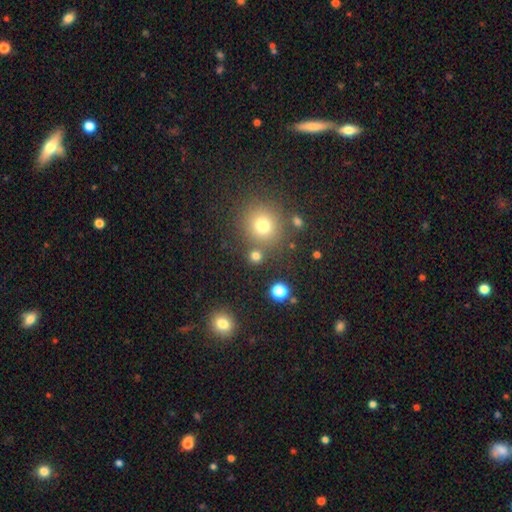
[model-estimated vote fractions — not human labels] Smooth or featured?
  - smooth: 74% *
  - star or artifact: 19%
  - featured or disk: 7%
How rounded?
  - round: 89% *
  - in between: 10%
  - cigar-shaped: 1%
Merging?
  - none: 77% *
  - merger: 12%
  - minor disturbance: 7%
  - major disturbance: 4%